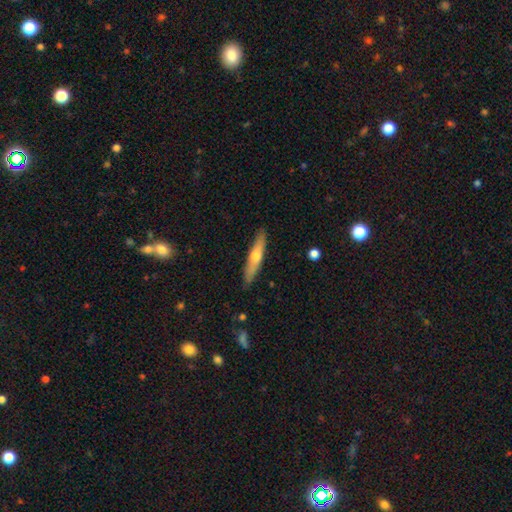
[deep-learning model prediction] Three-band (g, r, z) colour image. It shows a smooth galaxy with no disk features (49%). Merging: none (87%).